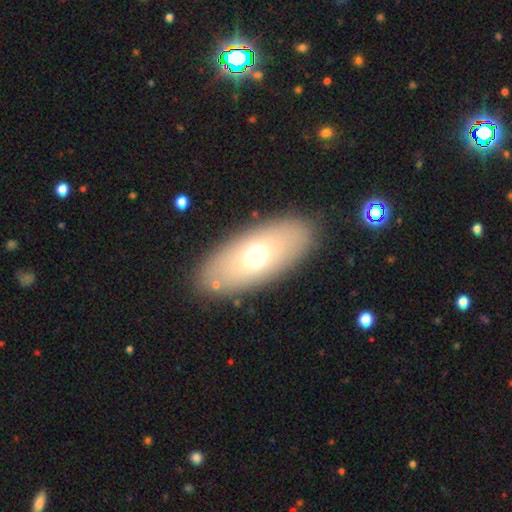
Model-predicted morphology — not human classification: smooth 65%, featured or disk 25%, star or artifact 10%. Down the decision tree: how rounded — in between (87%); merging — none (85%).